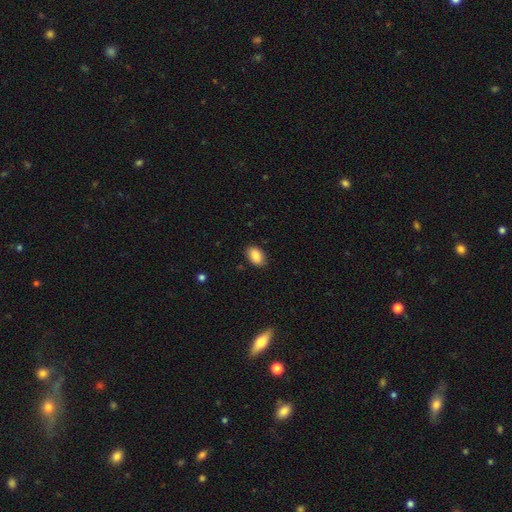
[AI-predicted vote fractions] Smooth or featured: smooth — 87% (star or artifact — 7%)
How rounded: in between — 89% (round — 10%)
Merging: none — 85% (minor disturbance — 11%)